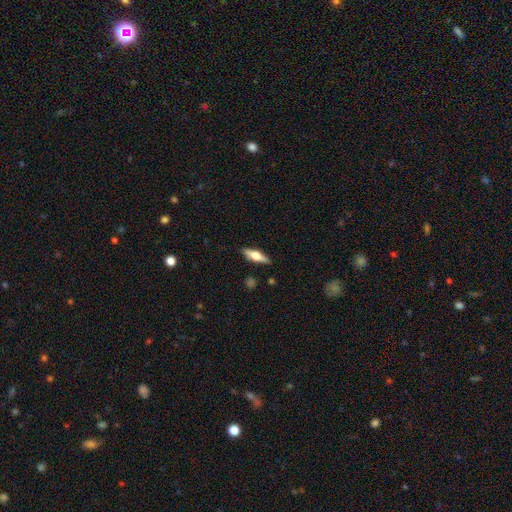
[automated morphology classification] smooth_or_featured: featured or disk (p=0.52) [alt: smooth p=0.42]
disk_edge_on: yes (p=0.94) [alt: no p=0.06]
merging: none (p=0.87) [alt: minor disturbance p=0.09]